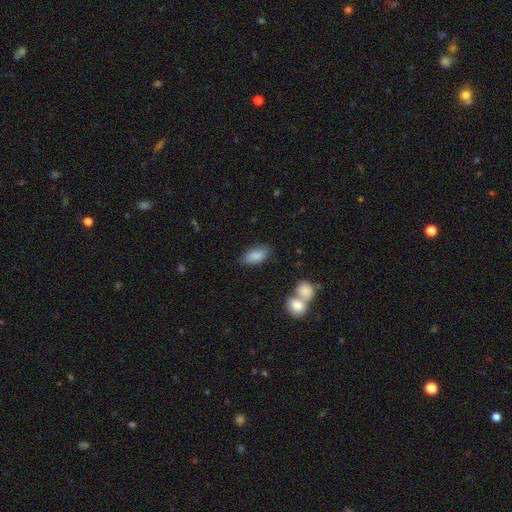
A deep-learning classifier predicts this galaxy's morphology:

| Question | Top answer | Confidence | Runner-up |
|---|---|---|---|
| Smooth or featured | smooth | 84% | featured or disk (9%) |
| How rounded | in between | 89% | cigar-shaped (8%) |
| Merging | none | 77% | minor disturbance (14%) |